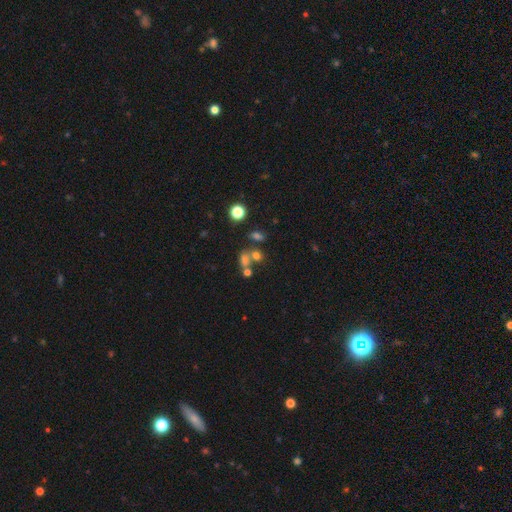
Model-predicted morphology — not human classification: Smooth or featured?
  - smooth: 64% *
  - star or artifact: 22%
  - featured or disk: 14%
How rounded?
  - round: 52% *
  - in between: 46%
  - cigar-shaped: 2%
Merging?
  - none: 42% *
  - merger: 41%
  - minor disturbance: 10%
  - major disturbance: 7%